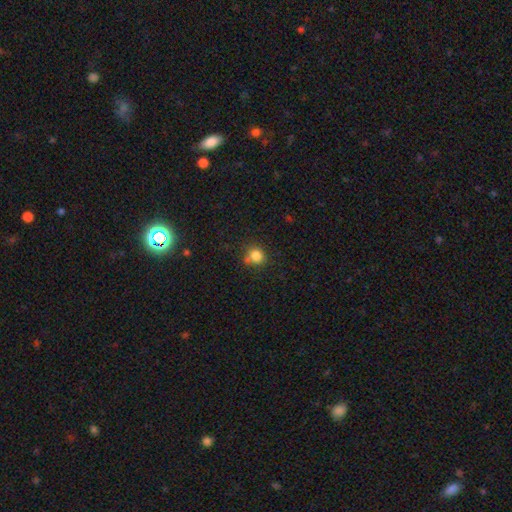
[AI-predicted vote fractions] This appears to be a smooth galaxy with no disk features (81%) that is round (80%). Merging: none (67%).